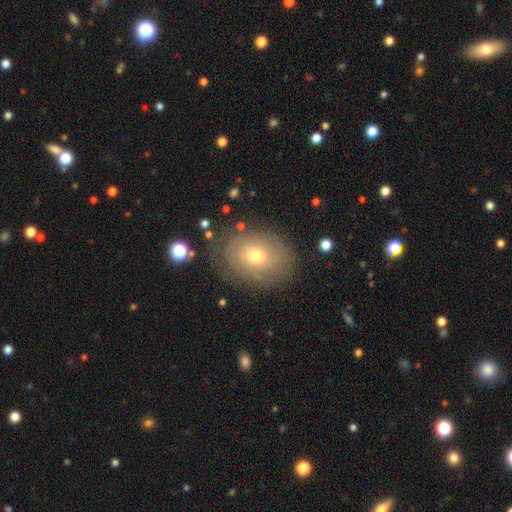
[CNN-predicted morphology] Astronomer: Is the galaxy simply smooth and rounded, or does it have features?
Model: smooth — 46% (runner-up: featured or disk, 44%).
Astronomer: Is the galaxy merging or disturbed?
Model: none — 78%.